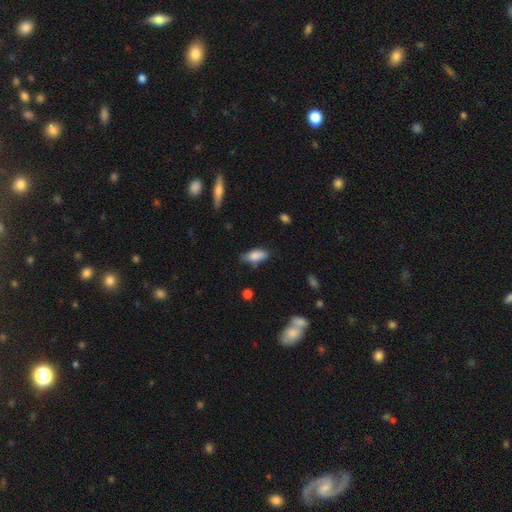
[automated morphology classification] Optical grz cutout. It shows a smooth galaxy with no disk features (82%) that is in between round and cigar-shaped (83%). Merging: none (66%).